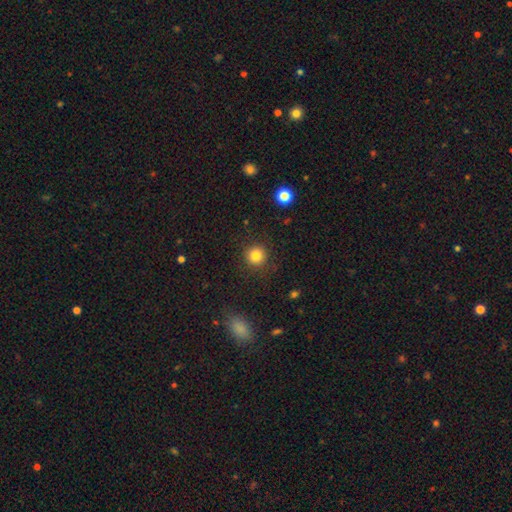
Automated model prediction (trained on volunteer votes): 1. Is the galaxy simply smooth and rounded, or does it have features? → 83% smooth, 11% star or artifact, 5% featured or disk.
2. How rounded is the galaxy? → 94% round, 5% in between, 1% cigar-shaped.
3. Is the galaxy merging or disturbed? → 89% none, 7% minor disturbance, 3% major disturbance, 1% merger.